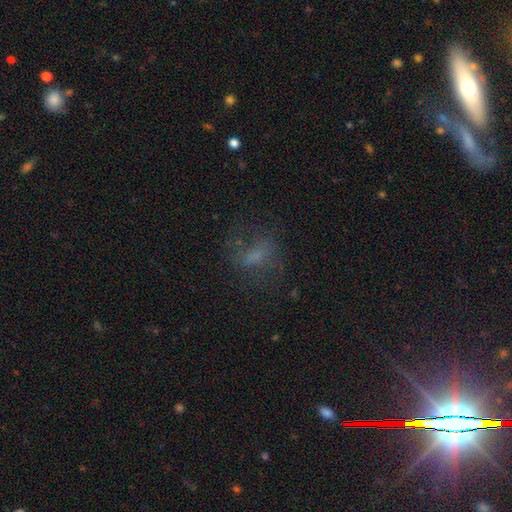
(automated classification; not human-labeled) Smooth or featured? smooth (50%)
How rounded? in between (65%)
Merging? none (57%)